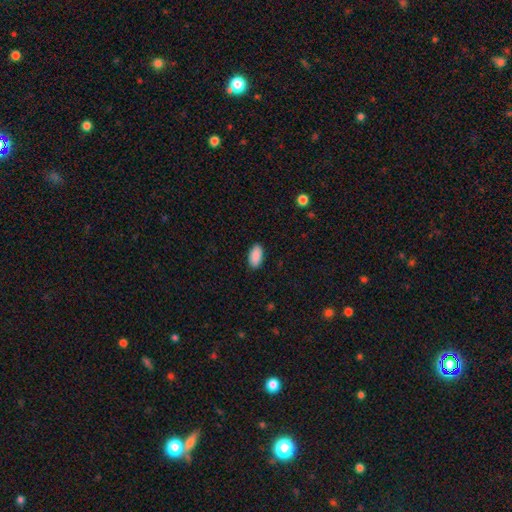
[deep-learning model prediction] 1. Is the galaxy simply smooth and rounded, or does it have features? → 90% smooth, 6% star or artifact, 3% featured or disk.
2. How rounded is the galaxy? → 94% in between, 4% cigar-shaped, 2% round.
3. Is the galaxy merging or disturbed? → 89% none, 8% minor disturbance, 2% major disturbance, 1% merger.